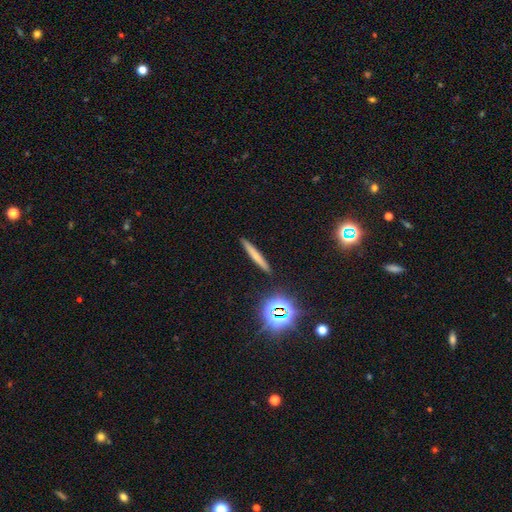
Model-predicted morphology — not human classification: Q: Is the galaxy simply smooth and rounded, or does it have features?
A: smooth — 59%.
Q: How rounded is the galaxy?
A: cigar-shaped — 93%.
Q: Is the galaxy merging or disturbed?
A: none — 90%.